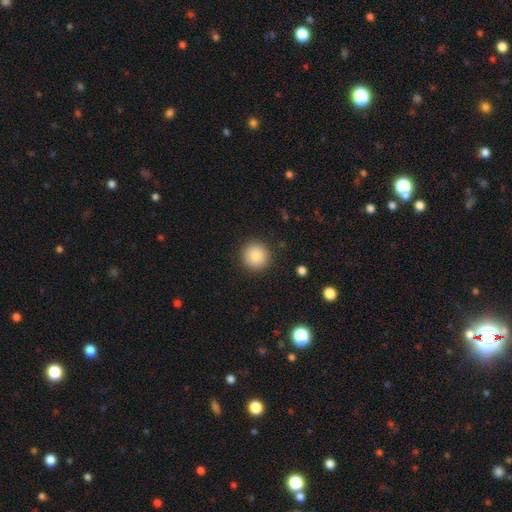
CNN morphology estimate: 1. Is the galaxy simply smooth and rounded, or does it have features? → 84% smooth, 9% star or artifact, 7% featured or disk.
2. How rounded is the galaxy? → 95% round, 4% in between, 1% cigar-shaped.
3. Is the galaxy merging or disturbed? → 91% none, 6% minor disturbance, 2% major disturbance, 1% merger.